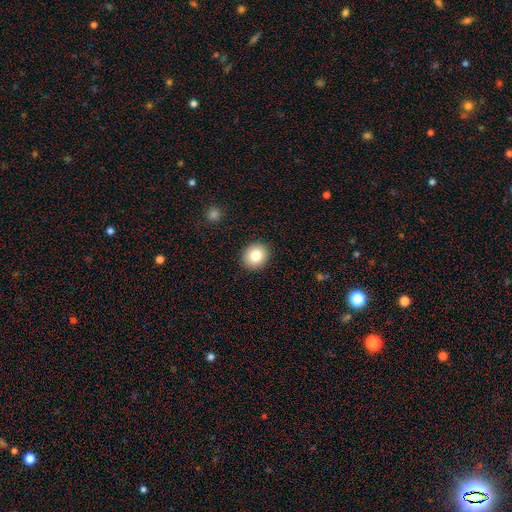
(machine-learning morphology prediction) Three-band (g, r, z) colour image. It shows a smooth galaxy with no disk features (82%) that is round (82%). Merging: none (91%).